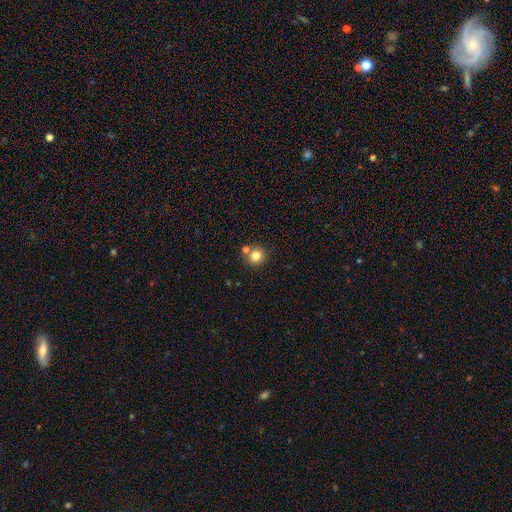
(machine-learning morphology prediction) Smooth or featured: smooth — 80% (star or artifact — 12%)
How rounded: round — 89% (in between — 10%)
Merging: none — 70% (merger — 19%)